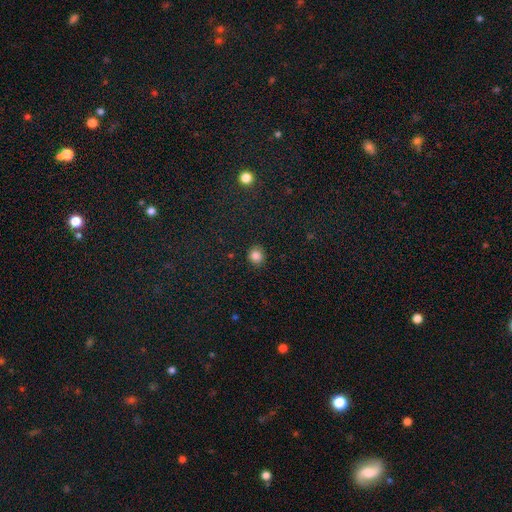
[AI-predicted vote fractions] Overall: smooth (85%). How rounded: round (83%). Merging: none (88%).